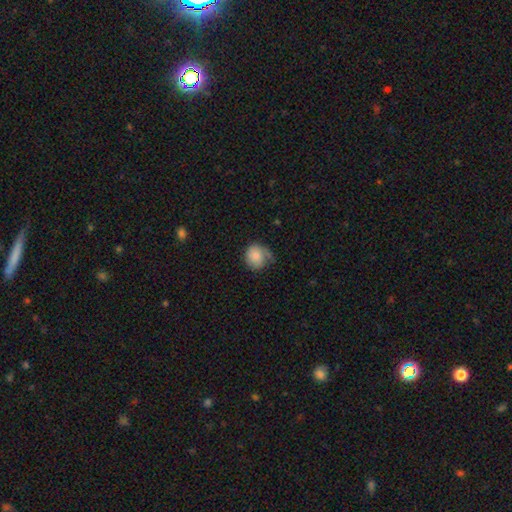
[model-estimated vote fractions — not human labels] This is likely a smooth galaxy (75%). How rounded: likely round (74%). Merging: marginally none (40%).